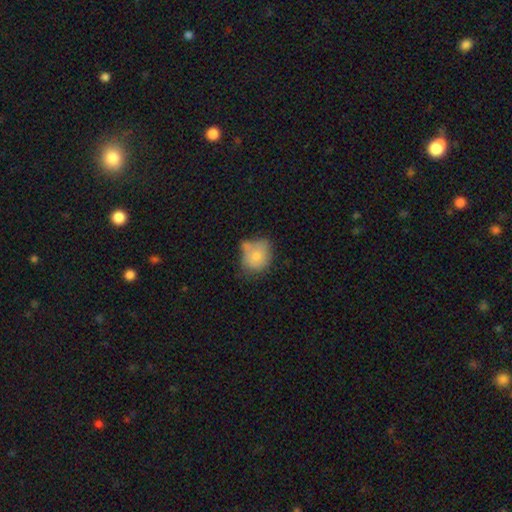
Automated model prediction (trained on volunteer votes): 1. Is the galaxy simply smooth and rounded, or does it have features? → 77% smooth, 15% featured or disk, 7% star or artifact.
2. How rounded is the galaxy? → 63% round, 36% in between, 1% cigar-shaped.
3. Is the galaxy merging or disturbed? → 36% none, 27% minor disturbance, 25% merger, 11% major disturbance.